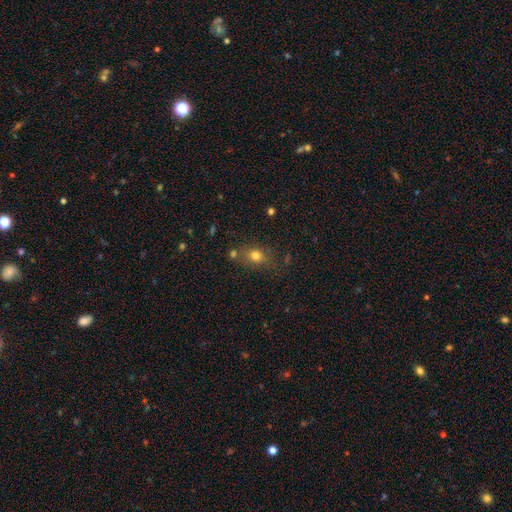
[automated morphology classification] smooth 74%, star or artifact 15%, featured or disk 11%. Down the decision tree: how rounded — round (53%); merging — none (66%).